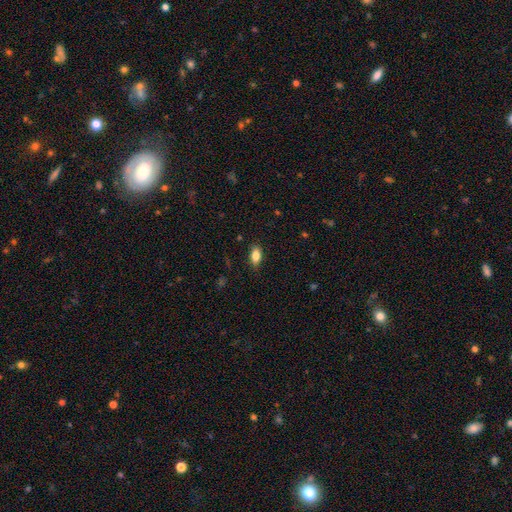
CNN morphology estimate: Smooth or featured?
  - smooth: 82% *
  - featured or disk: 10%
  - star or artifact: 8%
How rounded?
  - in between: 87% *
  - cigar-shaped: 8%
  - round: 5%
Merging?
  - none: 83% *
  - minor disturbance: 14%
  - major disturbance: 3%
  - merger: 1%